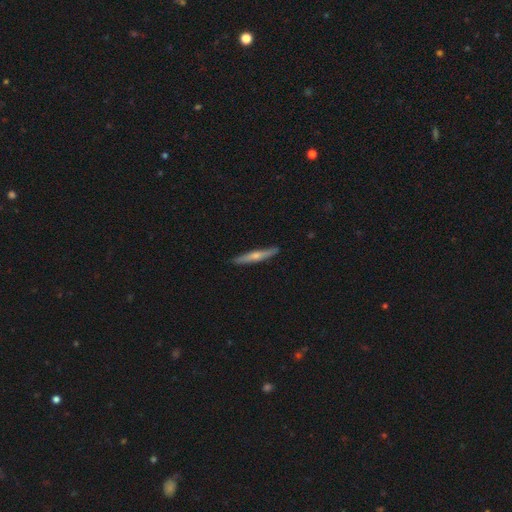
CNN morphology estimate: featured or disk 51%, smooth 44%, star or artifact 5%. Down the decision tree: edge-on disk — yes (94%); merging — none (88%).